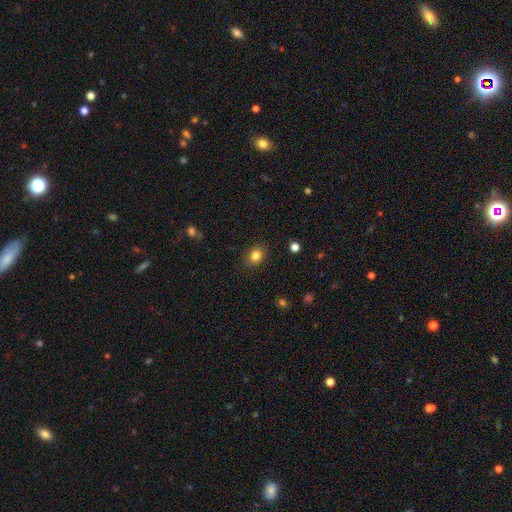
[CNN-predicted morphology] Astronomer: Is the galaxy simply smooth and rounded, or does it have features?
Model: smooth — 83%.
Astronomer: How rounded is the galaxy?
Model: round — 52% (runner-up: in between, 47%).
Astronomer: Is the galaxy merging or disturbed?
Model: none — 87%.